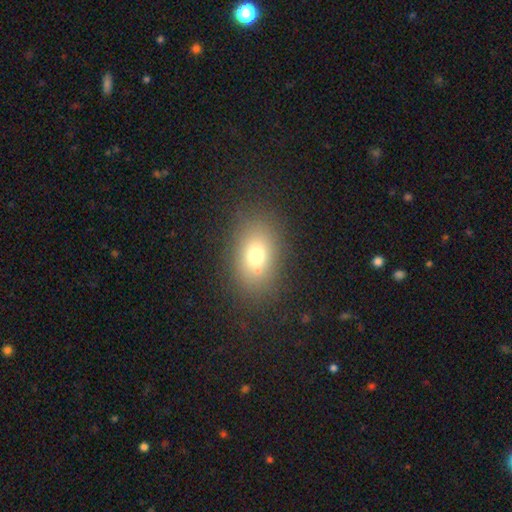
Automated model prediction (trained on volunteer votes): Morphology: type=smooth (72%); roundness=in between (78%); merging=none (79%).